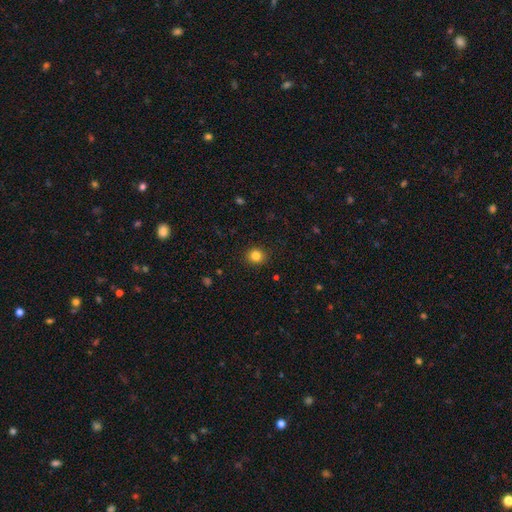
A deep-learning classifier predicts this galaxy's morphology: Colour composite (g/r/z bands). It shows a smooth galaxy with no disk features (83%) that is round (88%). Merging: none (91%).